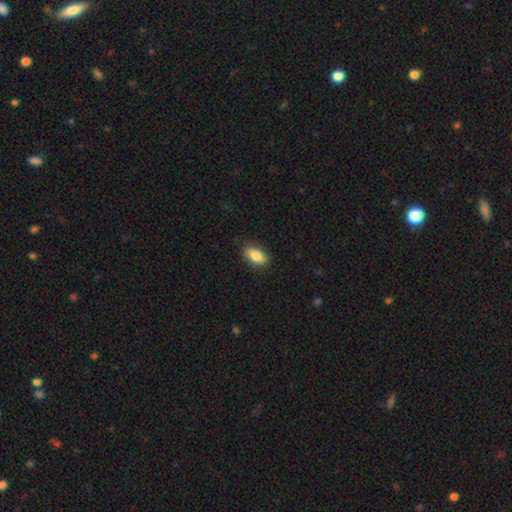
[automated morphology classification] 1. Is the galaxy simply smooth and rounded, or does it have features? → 81% smooth, 13% featured or disk, 7% star or artifact.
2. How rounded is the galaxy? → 88% in between, 7% cigar-shaped, 5% round.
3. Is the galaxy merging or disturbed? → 84% none, 13% minor disturbance, 3% major disturbance, 1% merger.